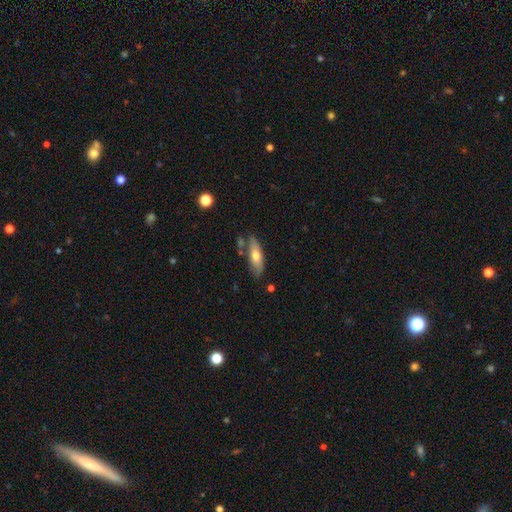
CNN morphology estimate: Smooth or featured?
  - smooth: 60% *
  - featured or disk: 34%
  - star or artifact: 6%
How rounded?
  - in between: 61% *
  - cigar-shaped: 36%
  - round: 3%
Merging?
  - none: 66% *
  - minor disturbance: 20%
  - merger: 8%
  - major disturbance: 5%